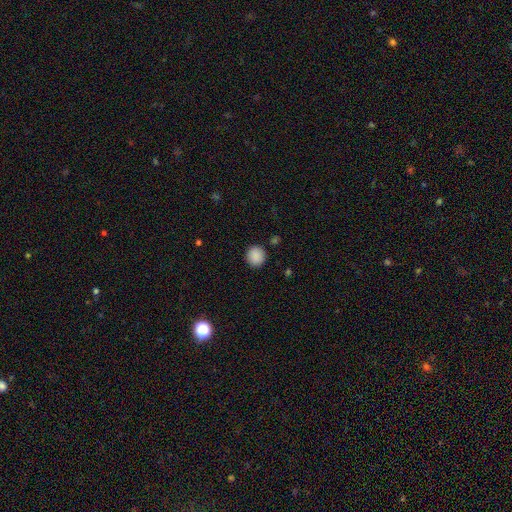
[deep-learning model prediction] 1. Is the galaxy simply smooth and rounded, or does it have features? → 88% smooth, 9% star or artifact, 3% featured or disk.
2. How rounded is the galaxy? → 91% round, 8% in between, 1% cigar-shaped.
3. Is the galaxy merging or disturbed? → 90% none, 7% minor disturbance, 2% major disturbance, 2% merger.